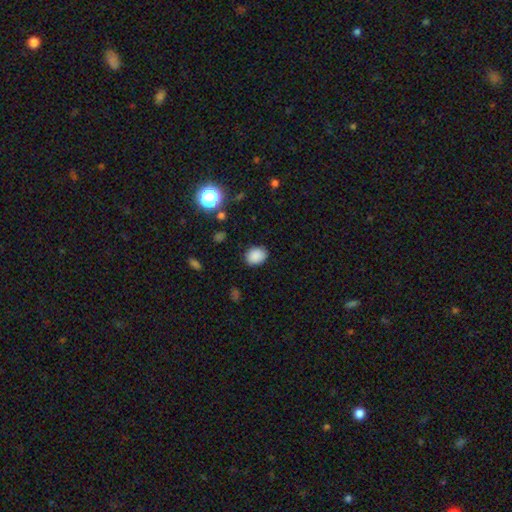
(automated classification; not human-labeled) smooth 86%, star or artifact 10%, featured or disk 4%. Down the decision tree: how rounded — round (52%); merging — none (84%).